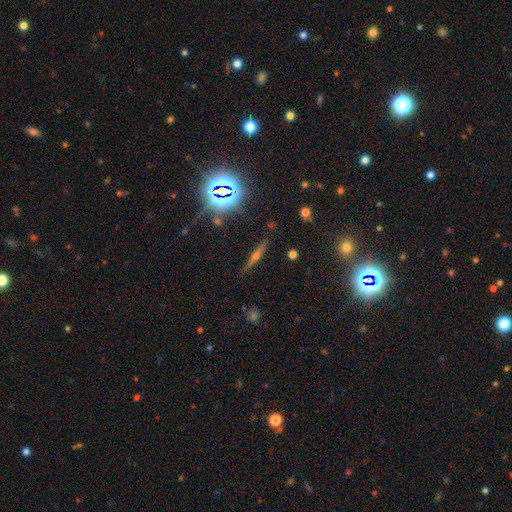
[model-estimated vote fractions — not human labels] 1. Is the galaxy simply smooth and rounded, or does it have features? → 54% featured or disk, 24% star or artifact, 21% smooth.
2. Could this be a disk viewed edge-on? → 94% yes, 6% no.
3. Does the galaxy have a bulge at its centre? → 85% rounded, 7% boxy, 7% none.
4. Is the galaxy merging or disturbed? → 87% none, 9% minor disturbance, 2% major disturbance, 2% merger.